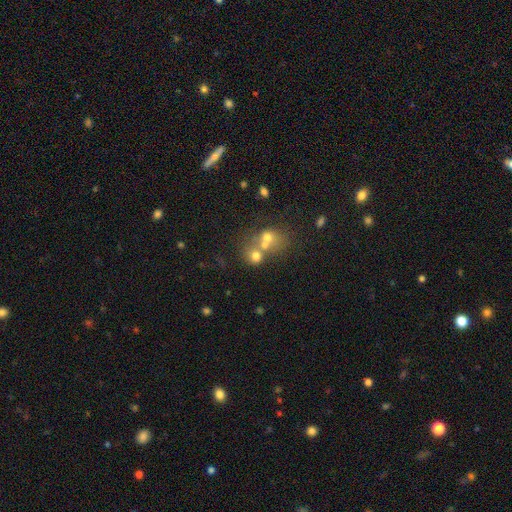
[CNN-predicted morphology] Overall: smooth (64%). How rounded: round (70%). Merging: merger (59%; none 29%).